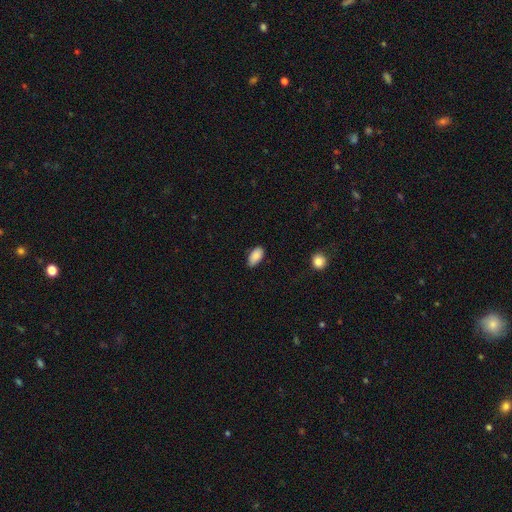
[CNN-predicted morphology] The model was most divided on "merging": none: 79%, minor disturbance: 17%, major disturbance: 3%, merger: 1%. More confident: how rounded — in between (94%); smooth or featured — smooth (88%).